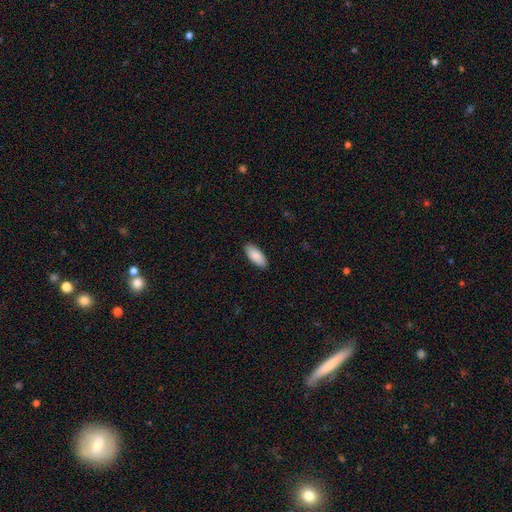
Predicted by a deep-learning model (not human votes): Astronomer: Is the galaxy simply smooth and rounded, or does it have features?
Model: smooth — 89%.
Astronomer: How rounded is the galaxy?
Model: in between — 85%.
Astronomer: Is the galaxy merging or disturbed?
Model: none — 90%.